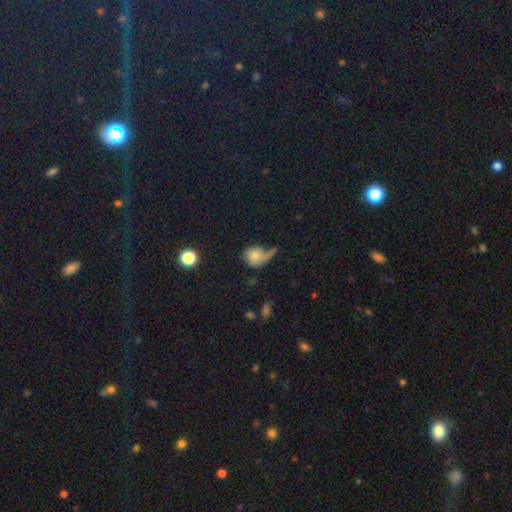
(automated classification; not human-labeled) smooth_or_featured: smooth (p=0.66) [alt: featured or disk p=0.24]
how_rounded: round (p=0.66) [alt: in between p=0.32]
merging: major disturbance (p=0.34) [alt: none p=0.30]